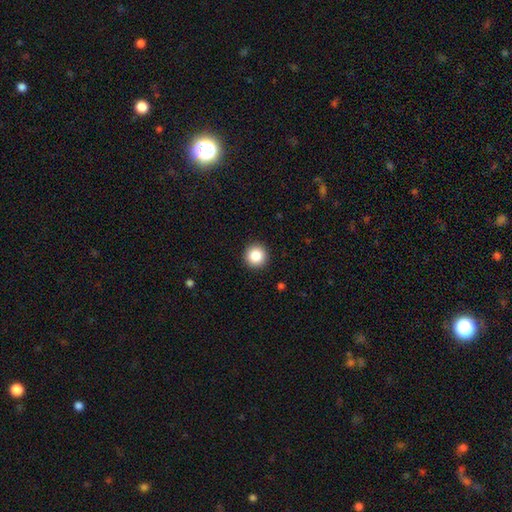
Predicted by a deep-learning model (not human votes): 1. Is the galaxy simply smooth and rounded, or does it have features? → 86% smooth, 10% star or artifact, 4% featured or disk.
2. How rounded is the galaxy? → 96% round, 3% in between, 1% cigar-shaped.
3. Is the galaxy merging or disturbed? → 93% none, 5% minor disturbance, 2% major disturbance, 1% merger.